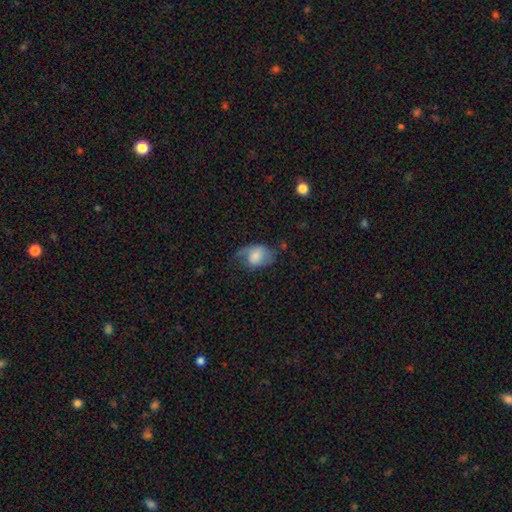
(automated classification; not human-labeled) Overall: smooth (60%; featured or disk 32%). How rounded: in between (75%). Merging: none (37%; minor disturbance 32%).